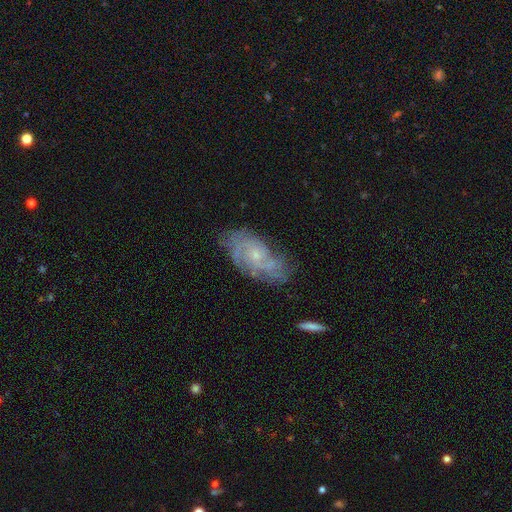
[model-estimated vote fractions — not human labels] Q: Smooth or featured?
A: featured or disk (80%); runner-up: smooth (12%)
Q: Edge-on disk?
A: no (95%); runner-up: yes (5%)
Q: Bar?
A: no (76%); runner-up: weak (21%)
Q: Spiral arms?
A: yes (93%); runner-up: no (7%)
Q: Spiral winding?
A: tight (61%); runner-up: medium (31%)
Q: Spiral arm count?
A: can't tell (37%); runner-up: 2 (23%)
Q: Bulge size?
A: small (74%); runner-up: moderate (21%)
Q: Merging?
A: none (71%); runner-up: minor disturbance (20%)